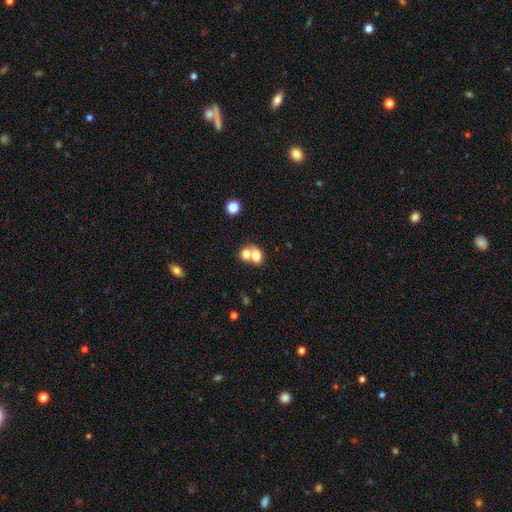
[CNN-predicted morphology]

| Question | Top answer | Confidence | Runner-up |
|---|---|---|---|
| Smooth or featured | smooth | 74% | featured or disk (17%) |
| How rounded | in between | 65% | round (34%) |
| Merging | merger | 67% | none (23%) |